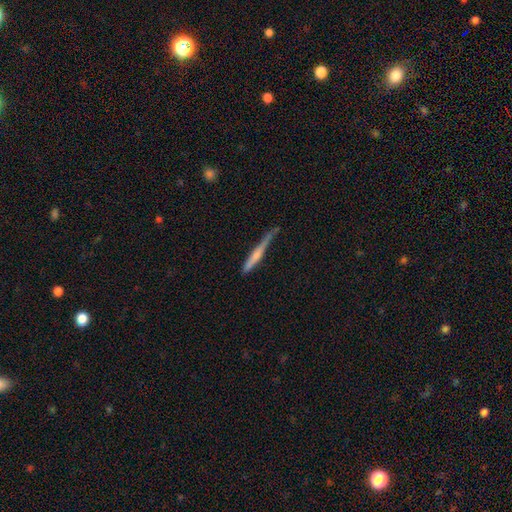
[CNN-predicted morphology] Smooth or featured: smooth — 51% (featured or disk — 43%)
How rounded: cigar-shaped — 94% (in between — 4%)
Merging: none — 56% (minor disturbance — 29%)